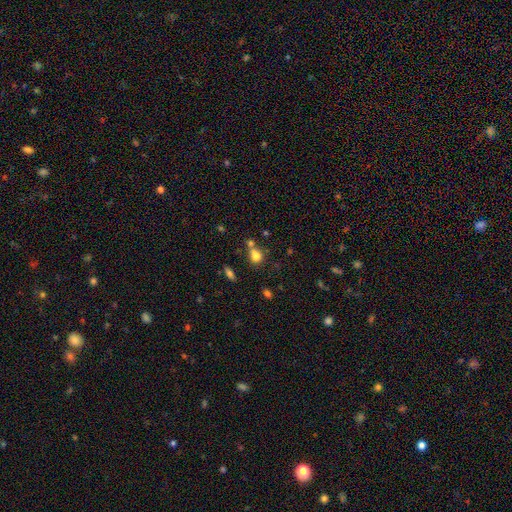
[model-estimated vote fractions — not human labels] A smooth galaxy with no disk features (74%) that is round (67%).

Vote fractions:
- Smooth or featured? smooth: 74% / star or artifact: 15% / featured or disk: 11%
- How rounded? round: 67% / in between: 31% / cigar-shaped: 2%
- Merging? none: 43% / merger: 41% / minor disturbance: 11% / major disturbance: 5%